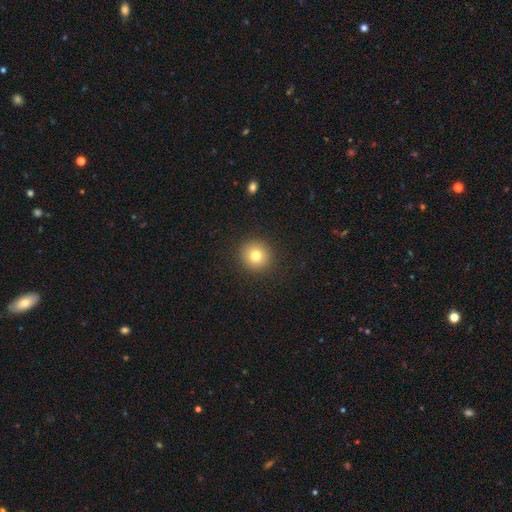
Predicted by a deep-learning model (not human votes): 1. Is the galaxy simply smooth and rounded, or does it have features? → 79% smooth, 12% star or artifact, 10% featured or disk.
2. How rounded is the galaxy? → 93% round, 6% in between, 1% cigar-shaped.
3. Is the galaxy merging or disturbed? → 92% none, 5% minor disturbance, 2% major disturbance, 1% merger.